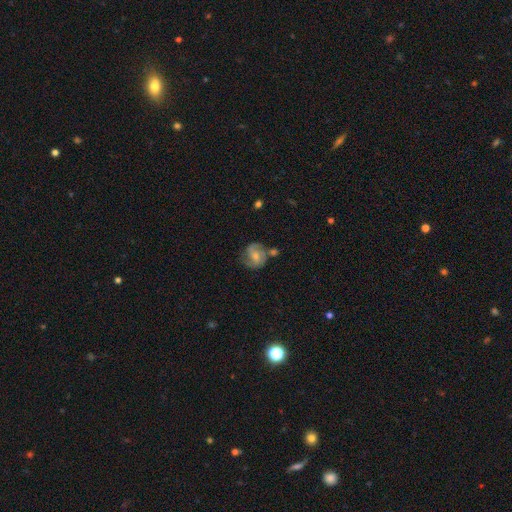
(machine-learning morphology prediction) This is likely a featured or disk galaxy (62%). It is clearly not viewed edge-on (97%). Bar: possibly no (50%). Spiral arm pattern: clearly yes (88%). Spiral arm count: likely 2 (69%). Spiral winding: possibly medium (47%). Central bulge: possibly small (48%). Merging: possibly none (57%).